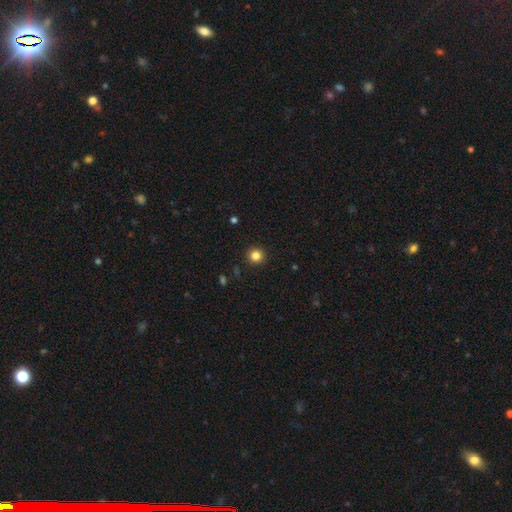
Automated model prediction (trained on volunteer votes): Smooth or featured?
  - smooth: 83% *
  - star or artifact: 12%
  - featured or disk: 4%
How rounded?
  - round: 94% *
  - in between: 5%
  - cigar-shaped: 1%
Merging?
  - none: 93% *
  - minor disturbance: 5%
  - major disturbance: 2%
  - merger: 1%